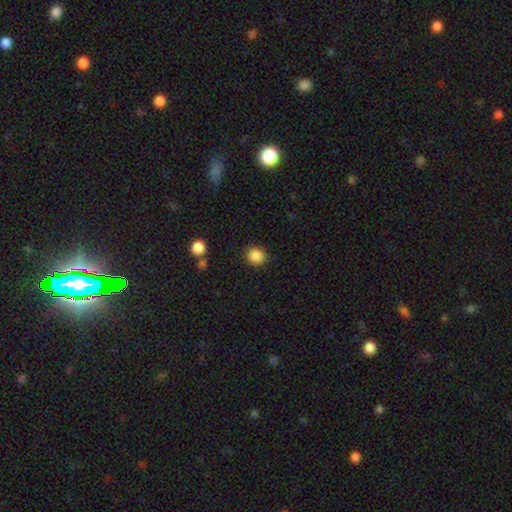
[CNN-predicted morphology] smooth 87%, star or artifact 10%, featured or disk 3%. Down the decision tree: how rounded — round (87%); merging — none (89%).